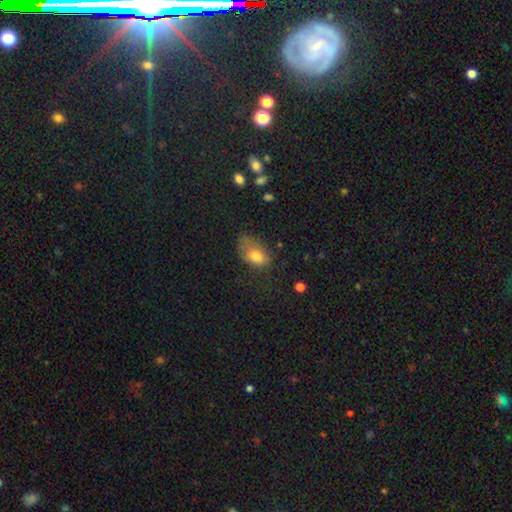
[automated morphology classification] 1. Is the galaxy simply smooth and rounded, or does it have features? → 75% smooth, 15% featured or disk, 10% star or artifact.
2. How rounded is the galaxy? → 84% in between, 15% round, 2% cigar-shaped.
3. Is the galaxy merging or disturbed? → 40% none, 32% minor disturbance, 25% major disturbance, 3% merger.